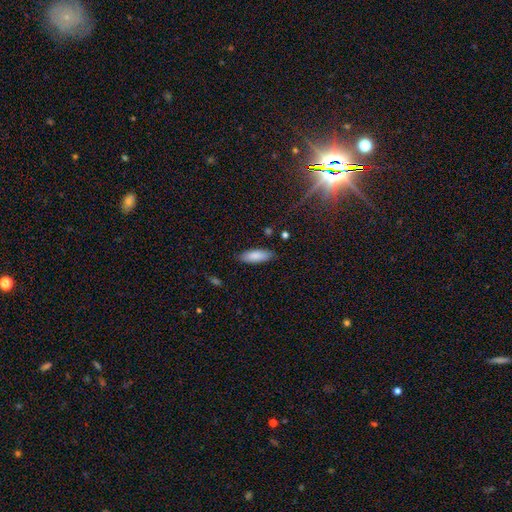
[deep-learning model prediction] Smooth or featured: smooth — 86% (featured or disk — 8%)
How rounded: in between — 68% (cigar-shaped — 30%)
Merging: none — 85% (minor disturbance — 11%)